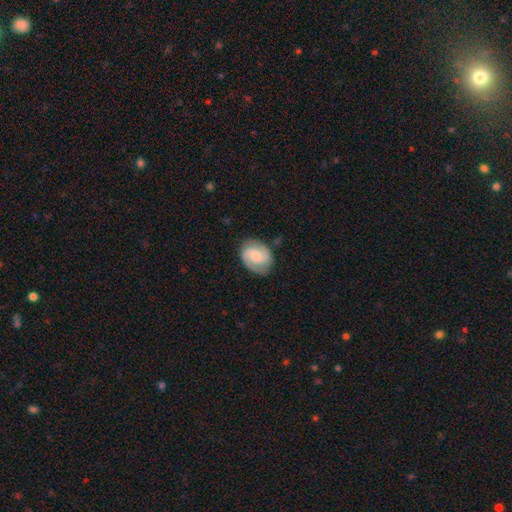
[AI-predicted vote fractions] smooth_or_featured: featured or disk (p=0.51) [alt: smooth p=0.42]
disk_edge_on: no (p=0.97) [alt: yes p=0.03]
merging: none (p=0.78) [alt: minor disturbance p=0.16]